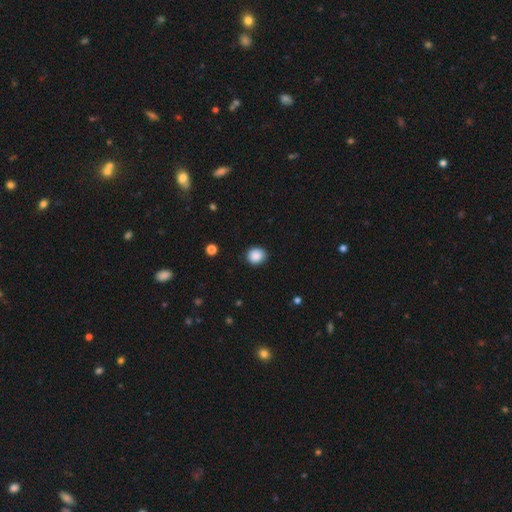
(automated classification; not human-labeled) The model was most divided on "how rounded": round: 83%, in between: 16%, cigar-shaped: 1%. More confident: merging — none (89%); smooth or featured — smooth (88%).